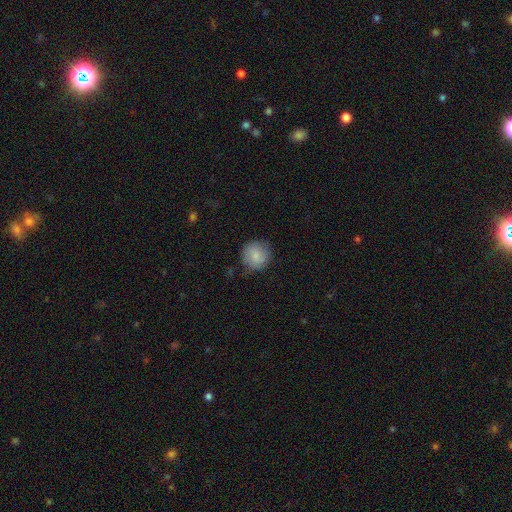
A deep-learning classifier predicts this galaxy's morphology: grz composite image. It shows a smooth galaxy with no disk features (79%) that is round (91%). Merging: none (78%).